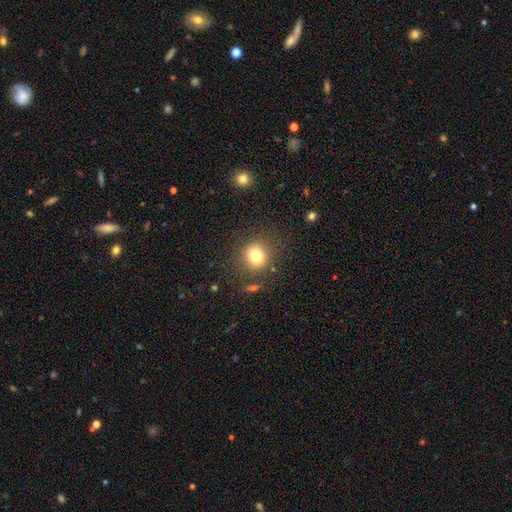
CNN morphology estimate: type=smooth (78%); roundness=round (86%); merging=none (83%).